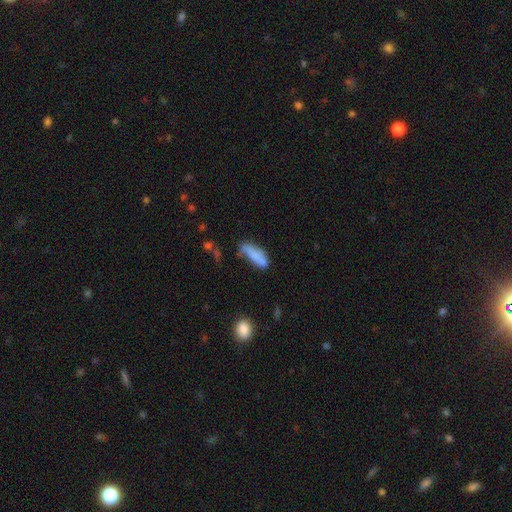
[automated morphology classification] A smooth galaxy with no disk features (73%) that is in between round and cigar-shaped (49%, tied with cigar-shaped). Merging: none (45%).